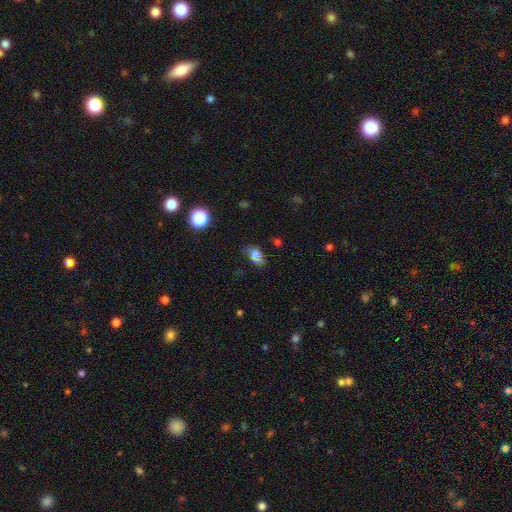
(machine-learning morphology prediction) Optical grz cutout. It shows a smooth galaxy with no disk features (69%) that is in between round and cigar-shaped (70%). Merging: none (72%).